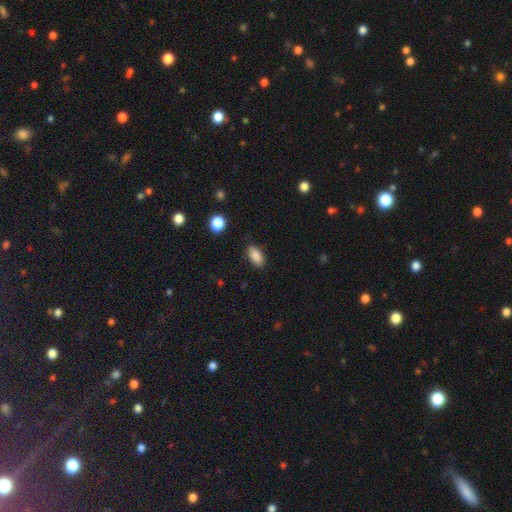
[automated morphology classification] Smooth or featured? Predicted: smooth (p=0.87). How rounded? Predicted: in between (p=0.90). Merging? Predicted: none (p=0.85).